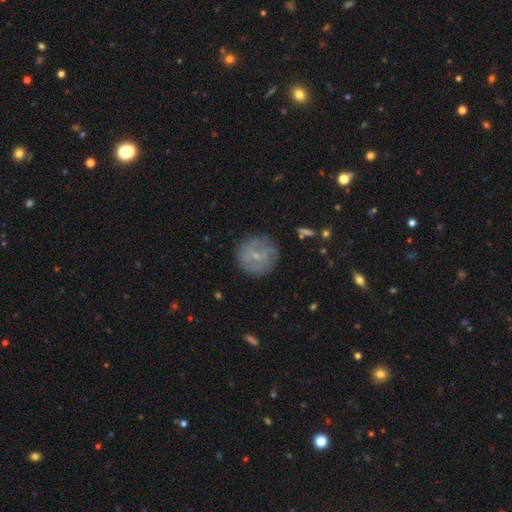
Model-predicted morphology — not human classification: This appears to be a featured or disk galaxy (52%) with no bar (58%), spiral arms (62%) and a small central bulge (74%). Merging: none (77%).